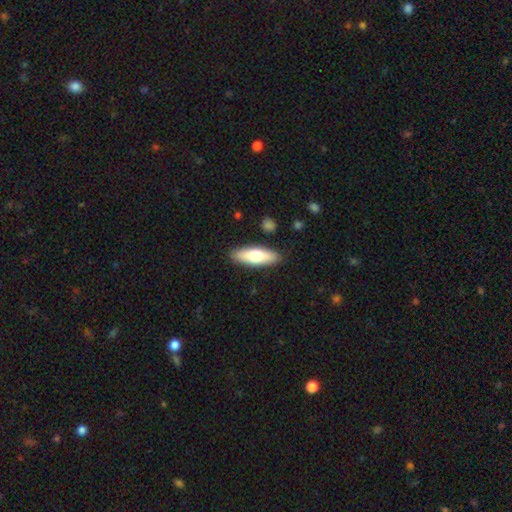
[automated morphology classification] Q: Smooth or featured?
A: smooth (68%); runner-up: featured or disk (26%)
Q: How rounded?
A: in between (56%); runner-up: cigar-shaped (42%)
Q: Merging?
A: none (88%); runner-up: minor disturbance (9%)